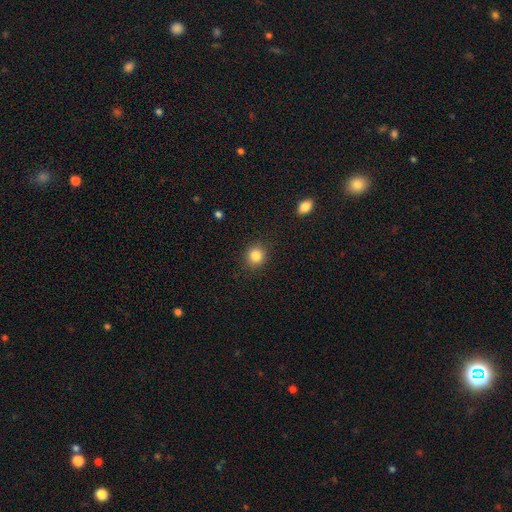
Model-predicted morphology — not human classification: This appears to be a smooth galaxy with no disk features (84%) that is round (84%). Merging: none (89%).